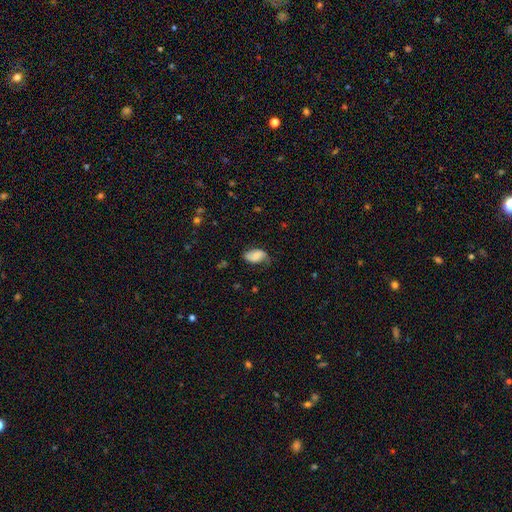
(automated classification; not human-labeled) A smooth galaxy with no disk features (65%) that is in between round and cigar-shaped (92%).

Vote fractions:
- Smooth or featured? smooth: 65% / featured or disk: 26% / star or artifact: 8%
- How rounded? in between: 92% / round: 6% / cigar-shaped: 2%
- Merging? none: 55% / minor disturbance: 33% / major disturbance: 11% / merger: 2%